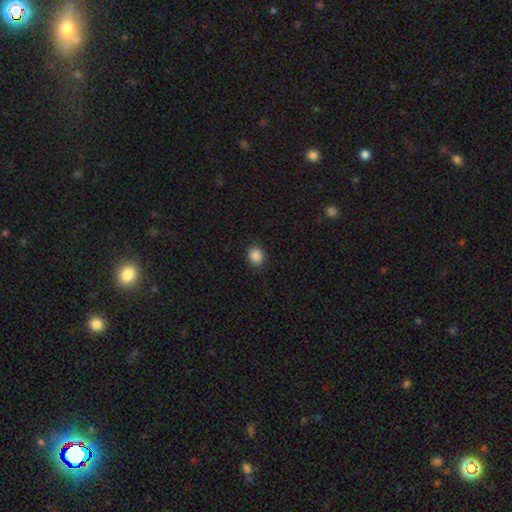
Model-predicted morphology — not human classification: Smooth or featured? Predicted: smooth (p=0.87). How rounded? Predicted: round (p=0.65). Merging? Predicted: none (p=0.89).